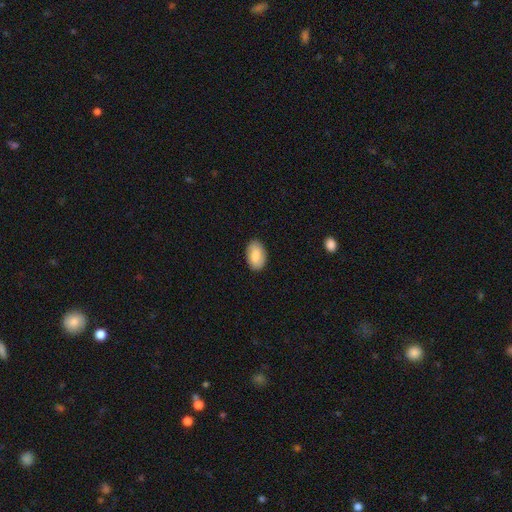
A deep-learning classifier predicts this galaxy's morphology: type=smooth (83%); roundness=in between (92%); merging=none (87%).